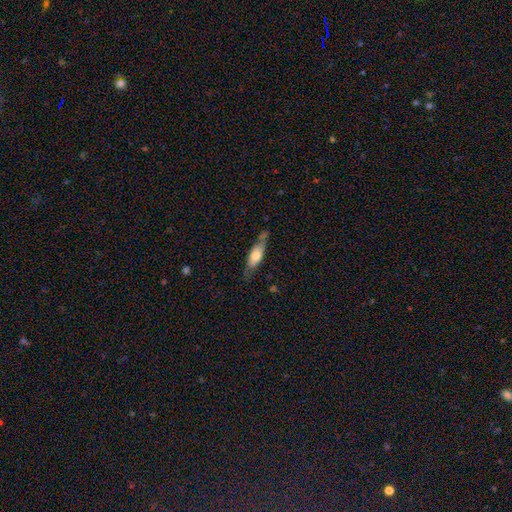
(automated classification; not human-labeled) Smooth or featured?
  - smooth: 57% *
  - featured or disk: 37%
  - star or artifact: 6%
How rounded?
  - in between: 52% *
  - cigar-shaped: 46%
  - round: 3%
Merging?
  - none: 60% *
  - minor disturbance: 25%
  - merger: 7%
  - major disturbance: 7%